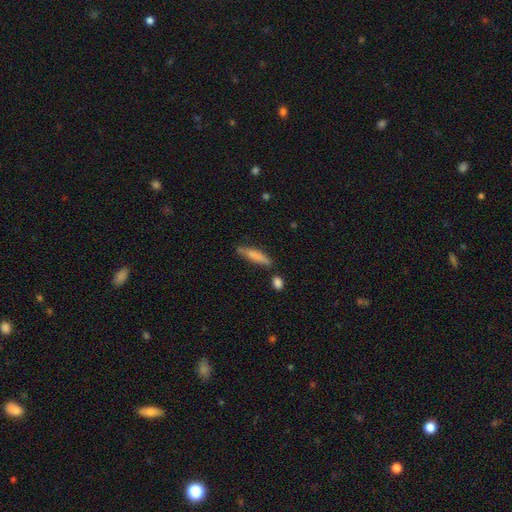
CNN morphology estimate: A smooth galaxy with no disk features (78%) that is cigar-shaped (82%). Merging: none (69%).